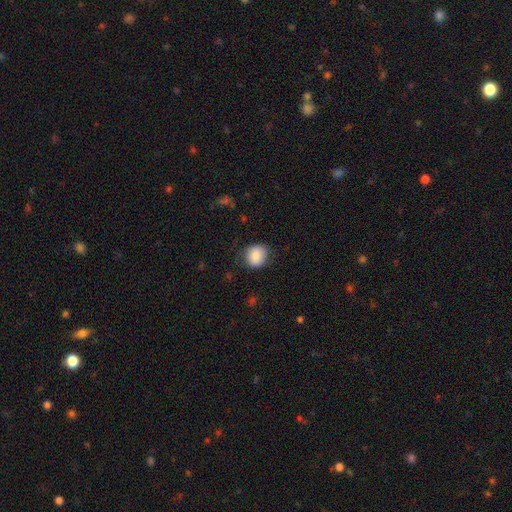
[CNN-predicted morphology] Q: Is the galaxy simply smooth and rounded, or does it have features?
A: smooth — 84%.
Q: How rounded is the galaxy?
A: round — 78%.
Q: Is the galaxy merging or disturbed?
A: none — 80%.